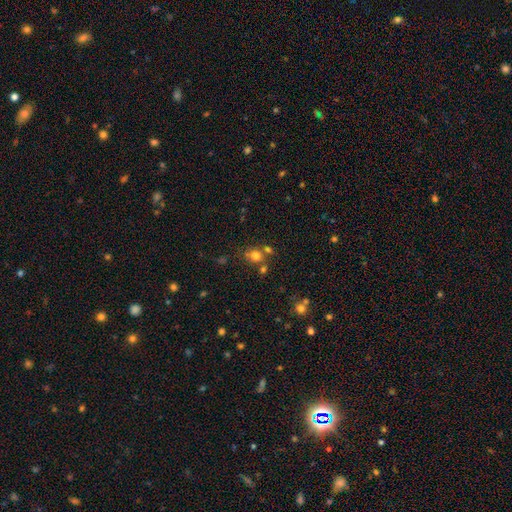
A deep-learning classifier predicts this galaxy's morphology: Smooth or featured: smooth — 73% (star or artifact — 18%)
How rounded: round — 76% (in between — 23%)
Merging: none — 61% (merger — 24%)